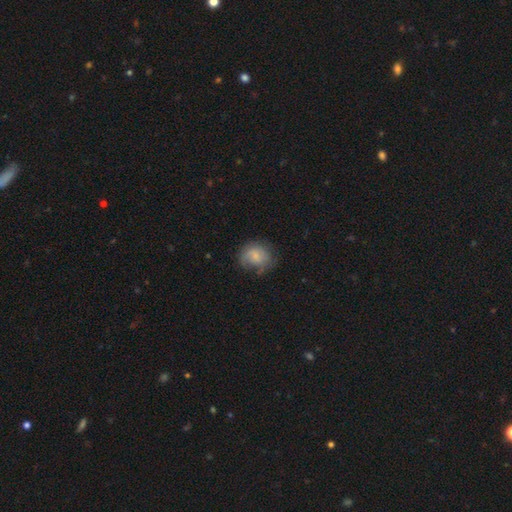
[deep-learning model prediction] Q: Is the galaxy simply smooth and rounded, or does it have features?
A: smooth — 65%.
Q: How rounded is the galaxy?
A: round — 65%.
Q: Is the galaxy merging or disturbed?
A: none — 53%.